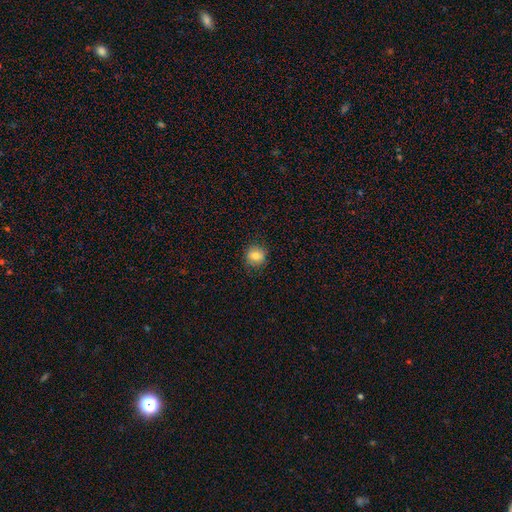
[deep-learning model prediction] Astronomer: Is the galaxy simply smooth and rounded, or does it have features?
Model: smooth — 79%.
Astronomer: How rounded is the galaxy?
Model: round — 88%.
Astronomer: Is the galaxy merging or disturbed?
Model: none — 86%.